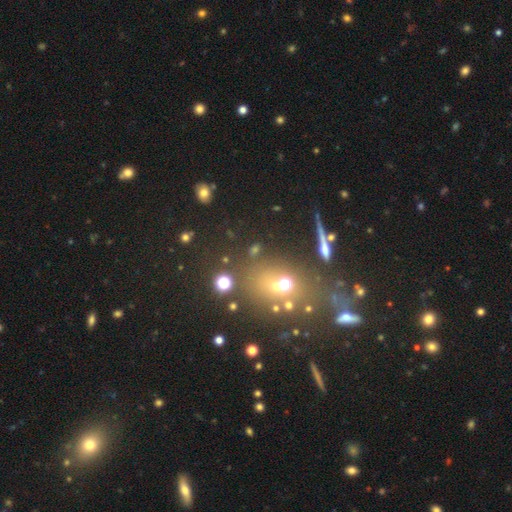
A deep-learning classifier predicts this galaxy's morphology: A star or artifact, not a galaxy (46%).